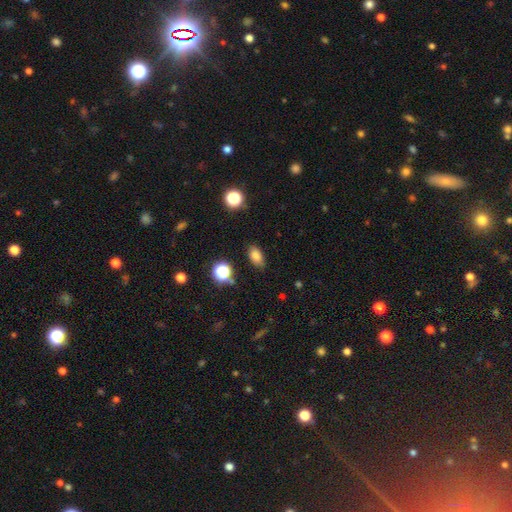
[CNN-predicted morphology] Smooth or featured: smooth — 79% (star or artifact — 13%)
How rounded: in between — 86% (round — 10%)
Merging: none — 84% (minor disturbance — 12%)